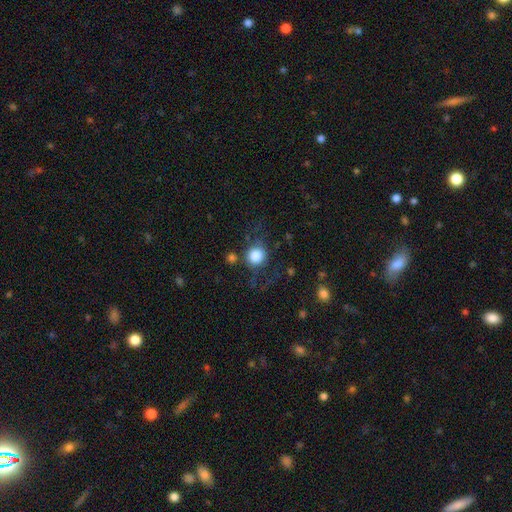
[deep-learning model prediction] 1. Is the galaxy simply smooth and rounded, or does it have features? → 80% smooth, 10% featured or disk, 10% star or artifact.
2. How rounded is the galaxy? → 89% round, 10% in between, 1% cigar-shaped.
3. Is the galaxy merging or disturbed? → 67% none, 16% minor disturbance, 12% major disturbance, 6% merger.